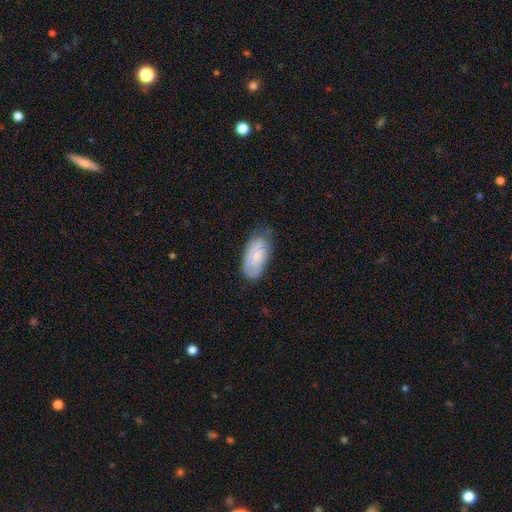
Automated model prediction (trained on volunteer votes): smooth_or_featured: smooth (p=0.74) [alt: featured or disk p=0.19]
how_rounded: in between (p=0.93) [alt: cigar-shaped p=0.04]
merging: none (p=0.64) [alt: minor disturbance p=0.28]